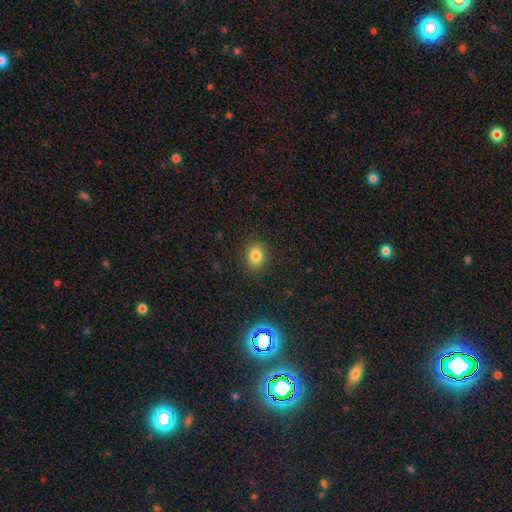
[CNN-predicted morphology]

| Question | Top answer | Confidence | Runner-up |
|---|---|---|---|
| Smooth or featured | smooth | 81% | star or artifact (13%) |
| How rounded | round | 61% | in between (38%) |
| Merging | none | 88% | minor disturbance (8%) |